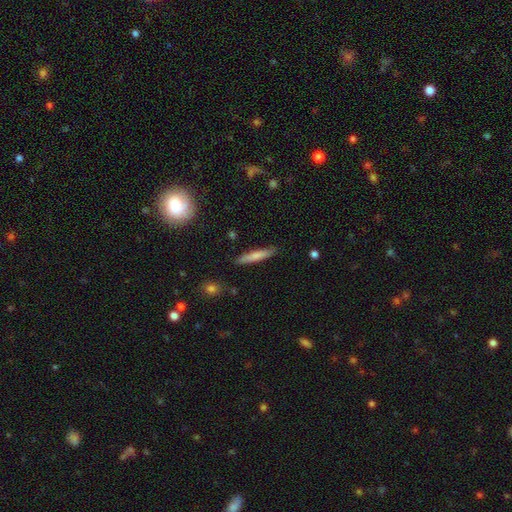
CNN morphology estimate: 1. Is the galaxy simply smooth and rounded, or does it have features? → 71% smooth, 23% featured or disk, 6% star or artifact.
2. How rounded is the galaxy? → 91% cigar-shaped, 7% in between, 1% round.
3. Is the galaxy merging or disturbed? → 87% none, 10% minor disturbance, 2% major disturbance, 2% merger.